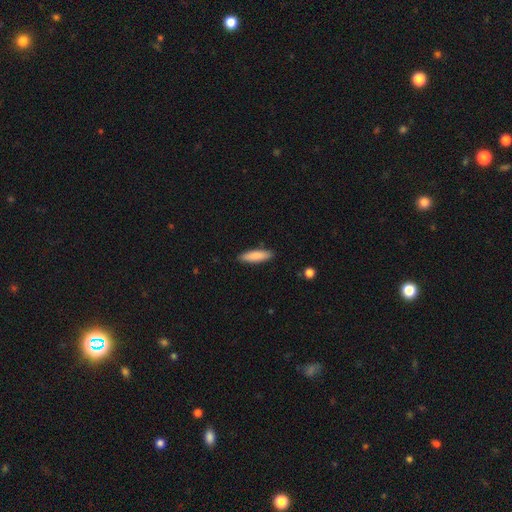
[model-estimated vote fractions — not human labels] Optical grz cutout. It shows a smooth galaxy with no disk features (84%) that is cigar-shaped (66%). Merging: none (89%).